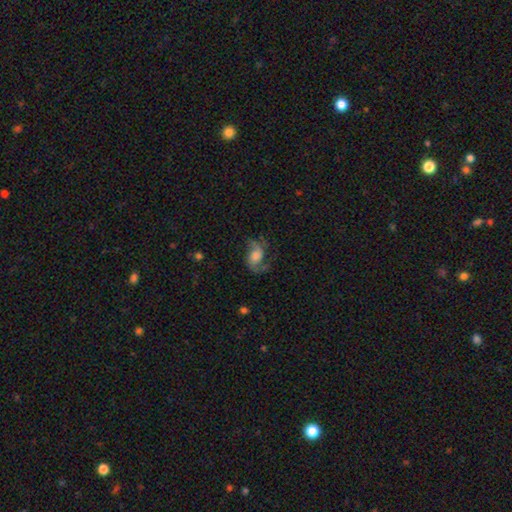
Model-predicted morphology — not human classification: A featured or disk galaxy (72%) with no bar (59%), 2 (82%) loose (55%) spiral arms (92%) and a moderate central bulge (31%, tied with large). Merging: none (57%).